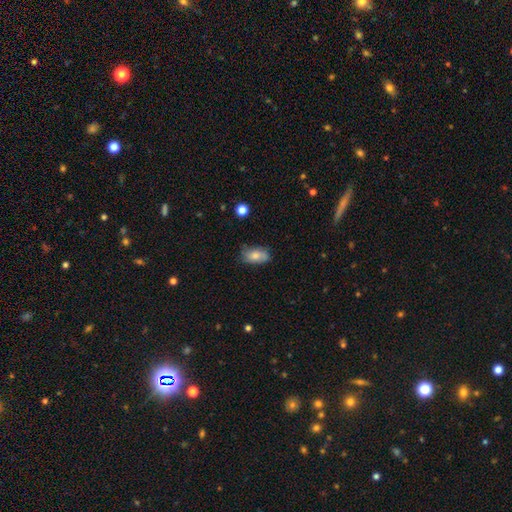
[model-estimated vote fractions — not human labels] A smooth galaxy with no disk features (74%) that is in between round and cigar-shaped (90%). Merging: none (66%).